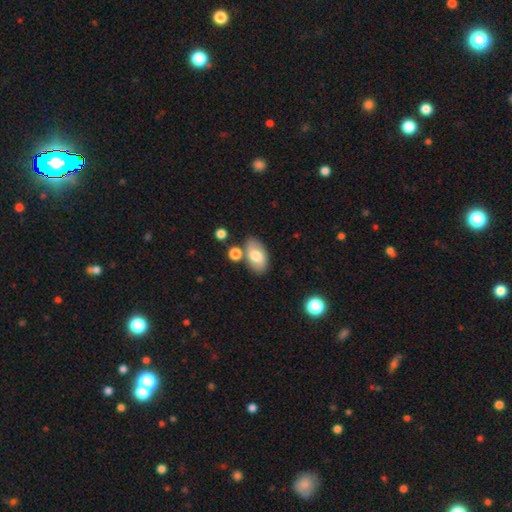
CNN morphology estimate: type=smooth (70%); roundness=in between (92%); merging=none (70%).